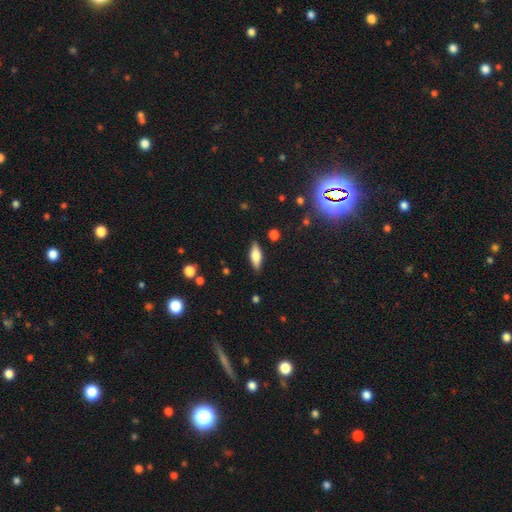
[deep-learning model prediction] smooth 67%, featured or disk 26%, star or artifact 7%. Down the decision tree: how rounded — in between (68%); merging — none (87%).